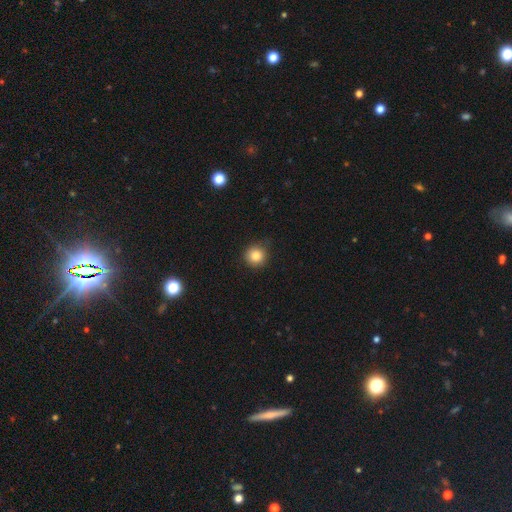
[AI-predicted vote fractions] A smooth galaxy with no disk features (84%) that is round (93%).

Vote fractions:
- Smooth or featured? smooth: 84% / star or artifact: 11% / featured or disk: 5%
- How rounded? round: 93% / in between: 6% / cigar-shaped: 1%
- Merging? none: 80% / minor disturbance: 15% / major disturbance: 3% / merger: 1%